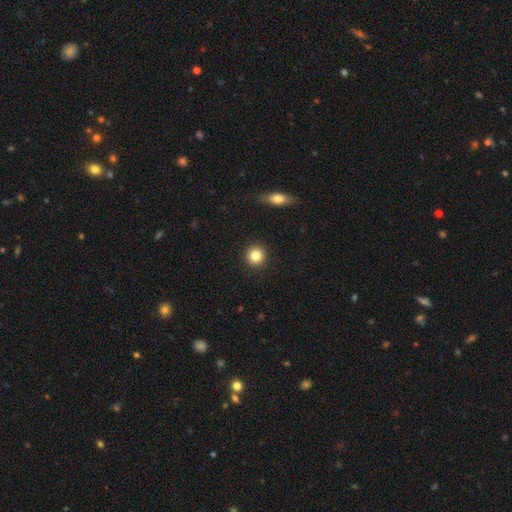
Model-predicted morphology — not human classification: Smooth or featured? smooth (83%)
How rounded? round (94%)
Merging? none (92%)